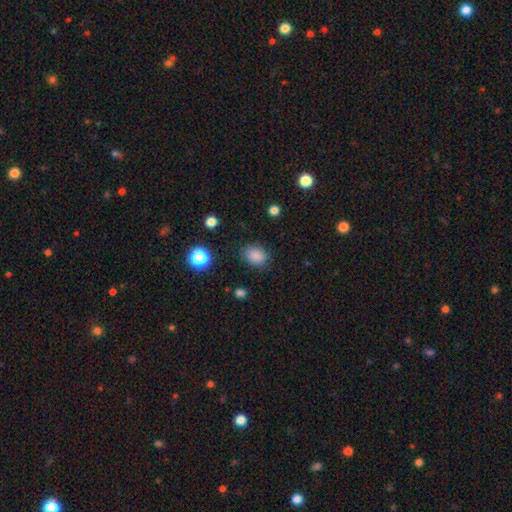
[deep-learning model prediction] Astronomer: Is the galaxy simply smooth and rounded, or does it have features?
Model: smooth — 85%.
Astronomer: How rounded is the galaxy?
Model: in between — 64%.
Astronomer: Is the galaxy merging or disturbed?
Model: none — 83%.